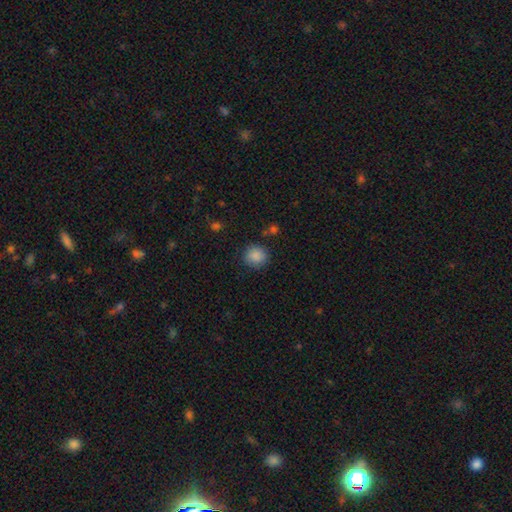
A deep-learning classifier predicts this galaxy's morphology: Smooth or featured: smooth — 87% (star or artifact — 9%)
How rounded: round — 87% (in between — 12%)
Merging: none — 86% (minor disturbance — 9%)